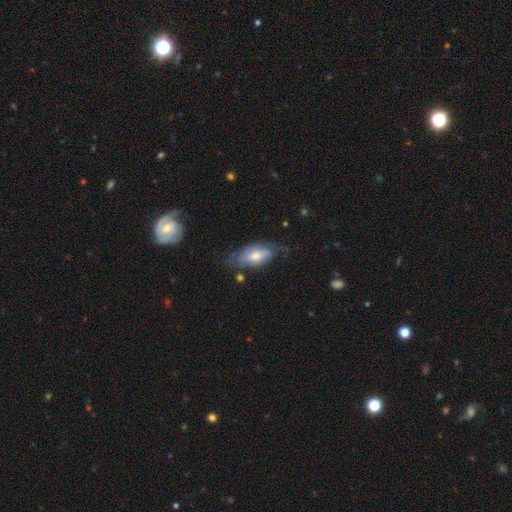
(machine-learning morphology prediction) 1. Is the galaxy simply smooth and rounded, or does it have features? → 48% smooth, 46% featured or disk, 6% star or artifact.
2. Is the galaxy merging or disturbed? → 48% none, 30% minor disturbance, 19% major disturbance, 3% merger.